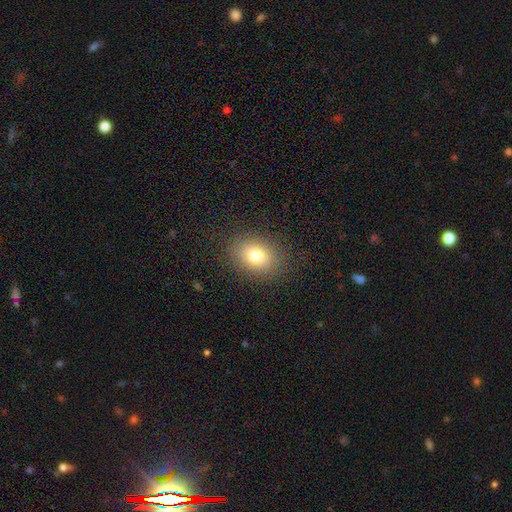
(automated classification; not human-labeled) smooth 77%, star or artifact 12%, featured or disk 10%. Down the decision tree: how rounded — in between (57%); merging — none (87%).